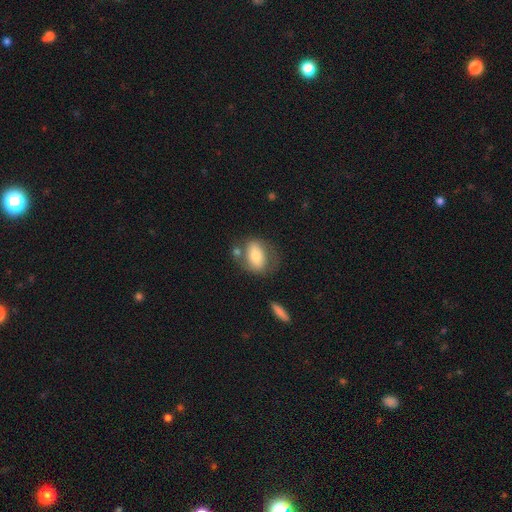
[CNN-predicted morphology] smooth 63%, featured or disk 30%, star or artifact 7%. Down the decision tree: how rounded — in between (75%); merging — none (56%).